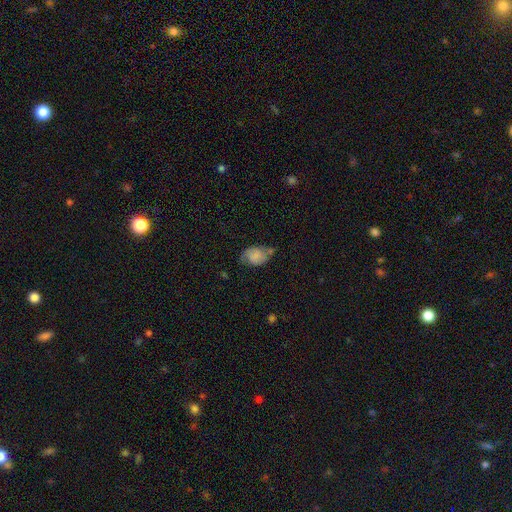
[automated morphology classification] Smooth or featured? smooth (61%)
How rounded? in between (78%)
Merging? none (44%)